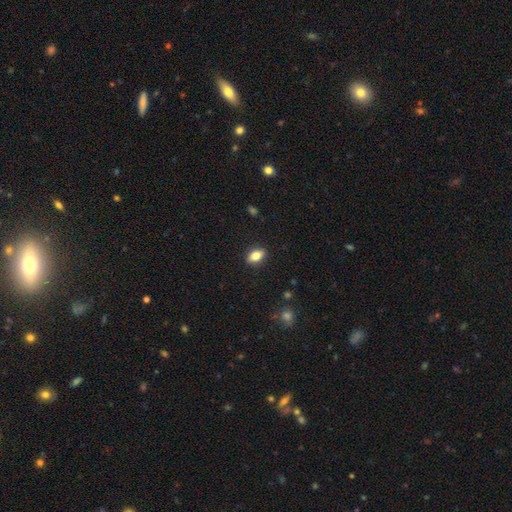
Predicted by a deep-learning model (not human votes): Smooth or featured? smooth (76%)
How rounded? in between (83%)
Merging? none (88%)